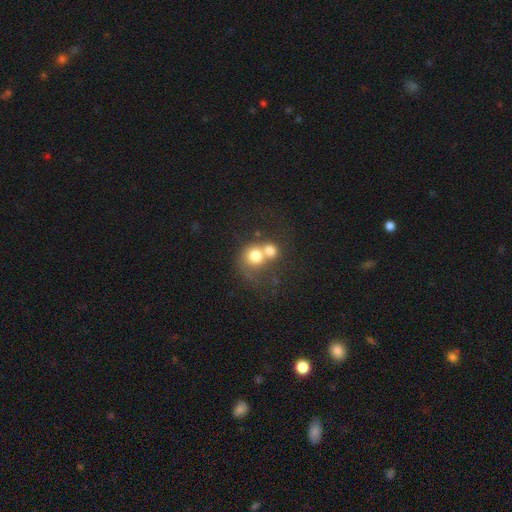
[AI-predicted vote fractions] This is likely a smooth galaxy (71%). How rounded: likely round (77%). Merging: likely merger (69%).